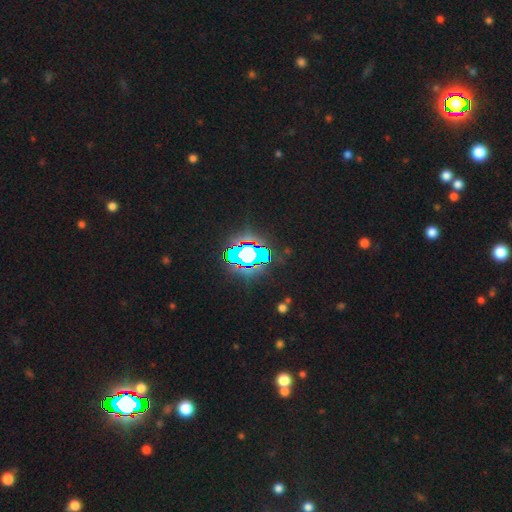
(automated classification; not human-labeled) Smooth or featured?
  - star or artifact: 84% *
  - smooth: 10%
  - featured or disk: 7%